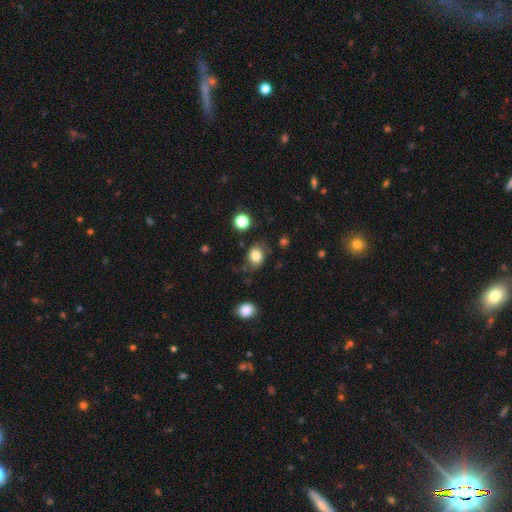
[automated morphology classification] smooth-or-featured: smooth: 77% | featured or disk: 13% | star or artifact: 10%
  how-rounded: in between: 54% | round: 45% | cigar-shaped: 1%
  merging: none: 67% | minor disturbance: 21% | major disturbance: 8% | merger: 3%